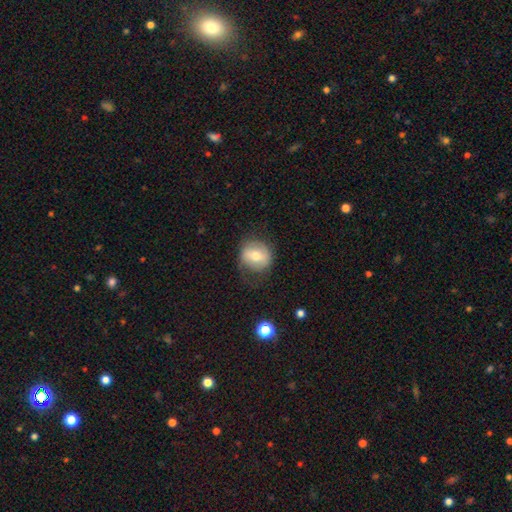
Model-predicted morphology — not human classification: Overall: smooth (57%; featured or disk 35%). How rounded: round (80%). Merging: none (66%).